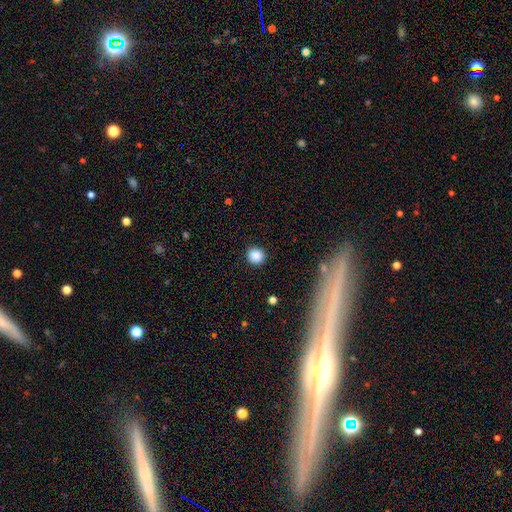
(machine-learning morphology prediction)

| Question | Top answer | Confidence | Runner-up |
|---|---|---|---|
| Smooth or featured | smooth | 86% | star or artifact (10%) |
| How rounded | round | 90% | in between (9%) |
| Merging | none | 90% | minor disturbance (6%) |